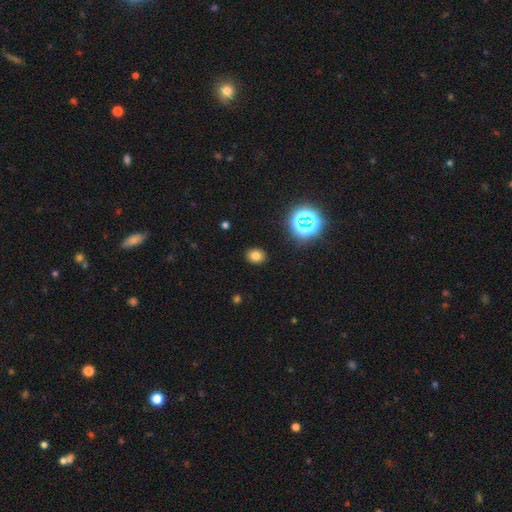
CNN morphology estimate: Smooth or featured?
  - smooth: 74% *
  - star or artifact: 18%
  - featured or disk: 7%
How rounded?
  - round: 50% *
  - in between: 49%
  - cigar-shaped: 1%
Merging?
  - none: 89% *
  - minor disturbance: 7%
  - major disturbance: 2%
  - merger: 1%